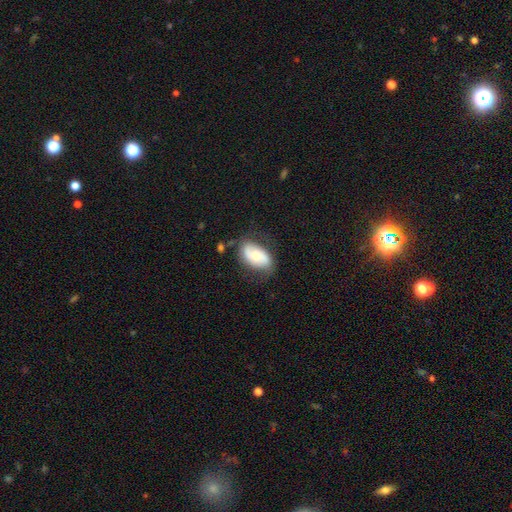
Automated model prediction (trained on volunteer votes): Q: Smooth or featured?
A: smooth (53%); runner-up: featured or disk (41%)
Q: How rounded?
A: in between (92%); runner-up: round (6%)
Q: Merging?
A: none (68%); runner-up: minor disturbance (23%)